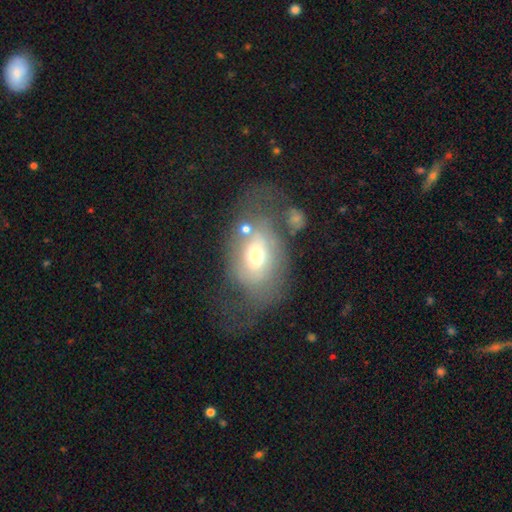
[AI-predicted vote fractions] Smooth or featured? Predicted: smooth (p=0.47). Merging? Predicted: major disturbance (p=0.36).